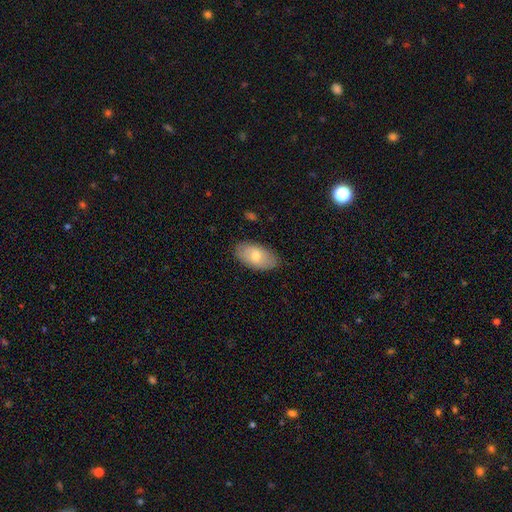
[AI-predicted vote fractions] smooth 66%, featured or disk 27%, star or artifact 7%. Down the decision tree: how rounded — in between (94%); merging — none (84%).